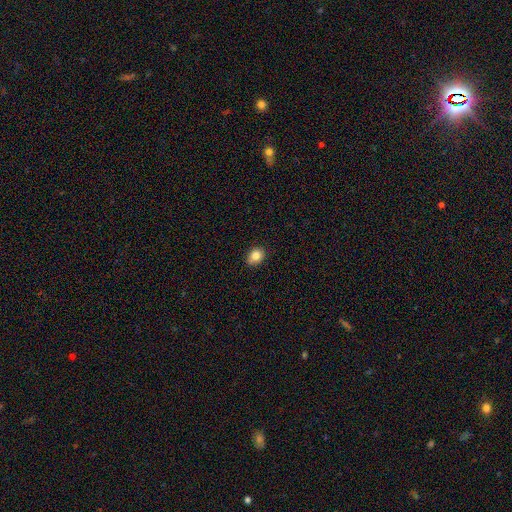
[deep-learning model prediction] Smooth or featured? Predicted: smooth (p=0.85). How rounded? Predicted: in between (p=0.52). Merging? Predicted: none (p=0.81).